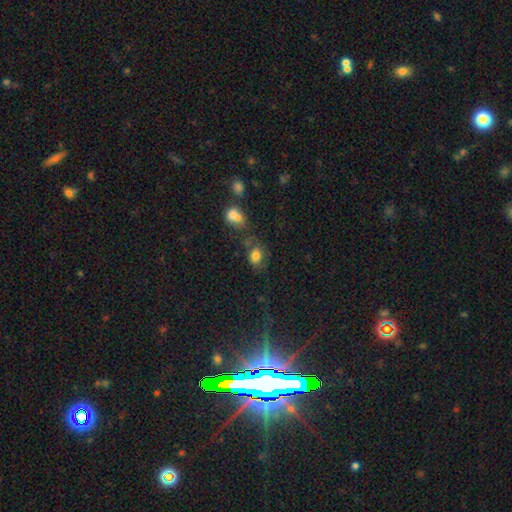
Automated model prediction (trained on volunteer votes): This appears to be a smooth galaxy with no disk features (76%) that is in between round and cigar-shaped (69%). Merging: none (55%).